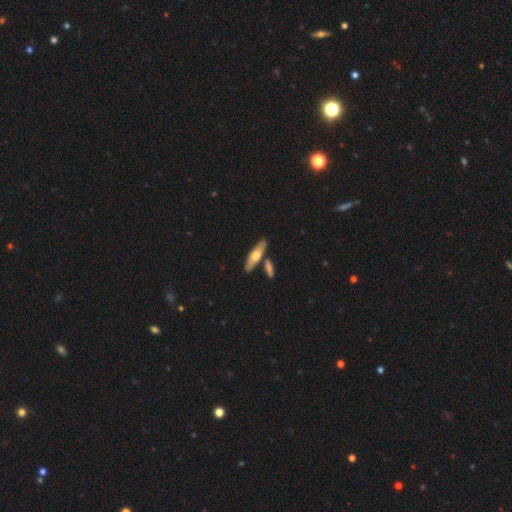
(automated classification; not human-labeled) Q: Smooth or featured?
A: smooth (56%); runner-up: featured or disk (38%)
Q: How rounded?
A: cigar-shaped (65%); runner-up: in between (32%)
Q: Merging?
A: none (76%); runner-up: merger (11%)